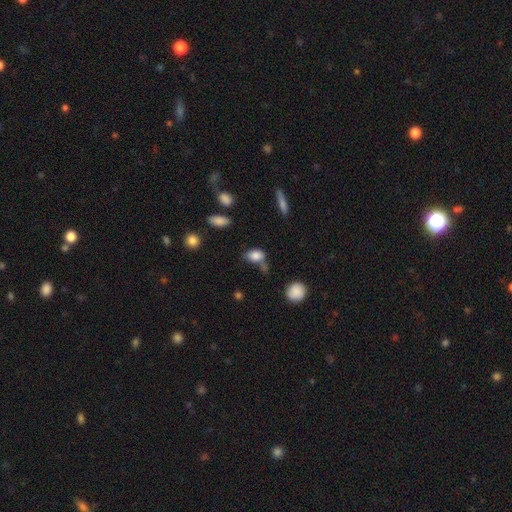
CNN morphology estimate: Smooth or featured: smooth — 83% (star or artifact — 9%)
How rounded: in between — 78% (round — 19%)
Merging: none — 50% (minor disturbance — 23%)